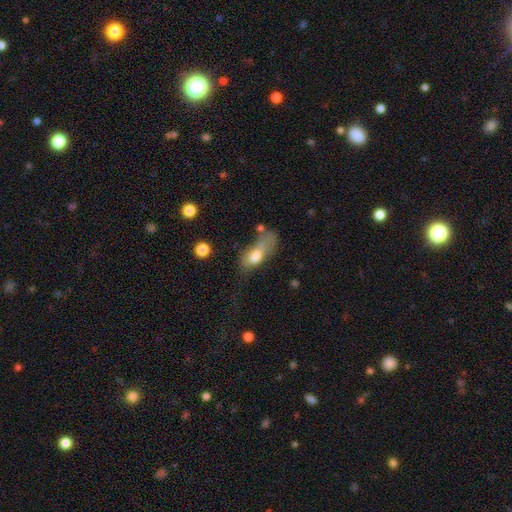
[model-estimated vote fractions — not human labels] Smooth or featured: smooth — 65% (featured or disk — 25%)
How rounded: in between — 78% (cigar-shaped — 17%)
Merging: major disturbance — 43% (minor disturbance — 24%)